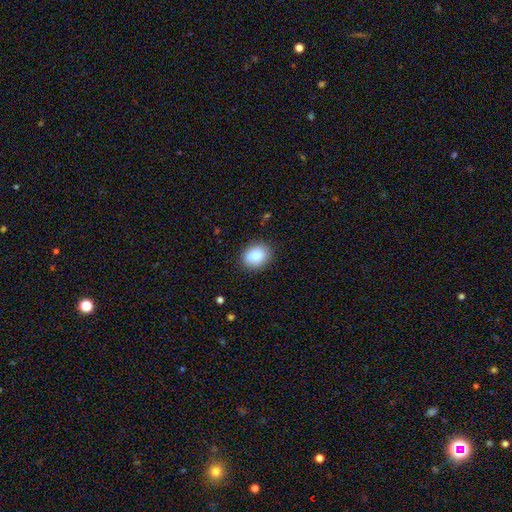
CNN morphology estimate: Smooth or featured: smooth — 87% (star or artifact — 8%)
How rounded: in between — 65% (round — 34%)
Merging: none — 84% (minor disturbance — 12%)